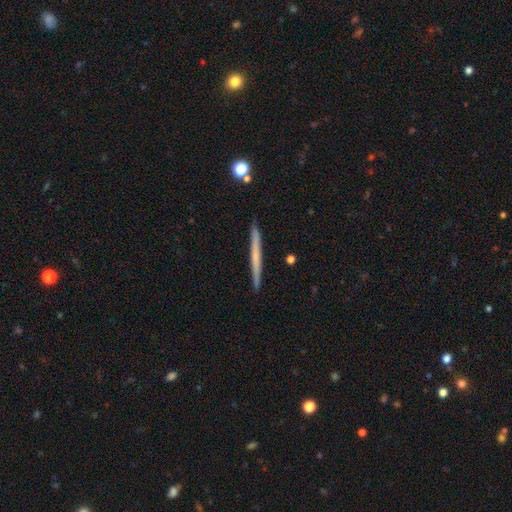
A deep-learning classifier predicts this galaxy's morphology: Smooth or featured: smooth — 48% (featured or disk — 46%)
Merging: none — 92% (minor disturbance — 6%)